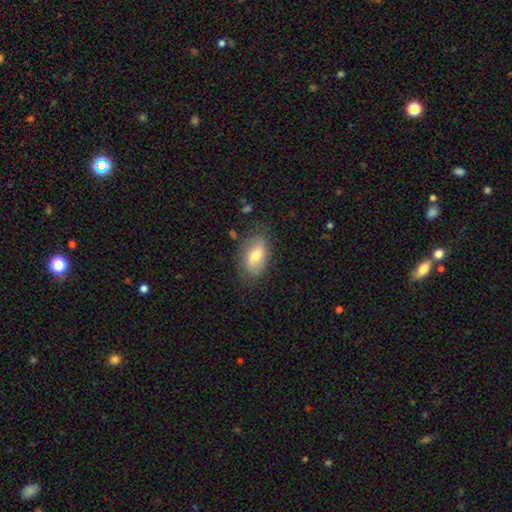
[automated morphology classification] This appears to be a smooth galaxy with no disk features (64%) that is in between round and cigar-shaped (91%). Merging: none (74%).